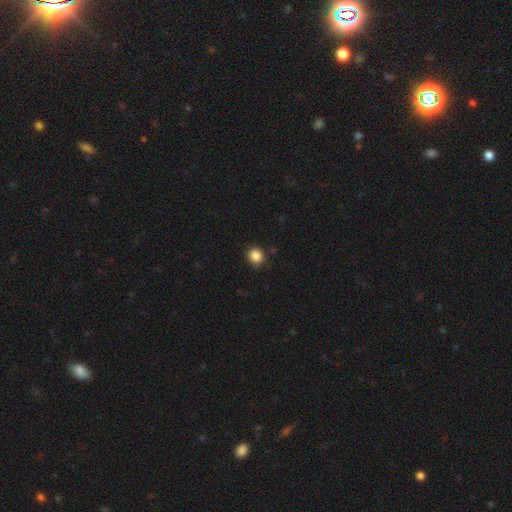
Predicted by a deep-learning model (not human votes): This appears to be a smooth galaxy with no disk features (86%) that is round (80%). Merging: none (88%).